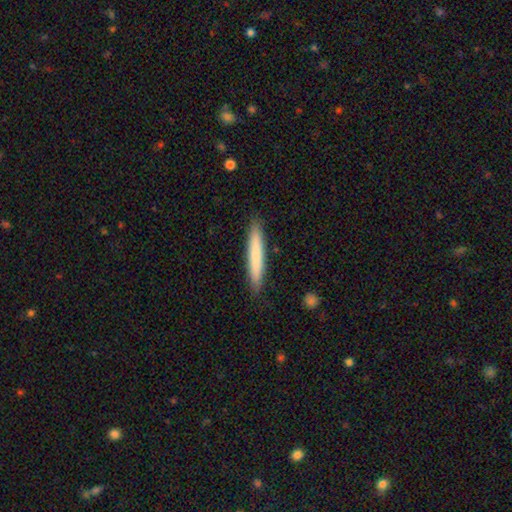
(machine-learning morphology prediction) smooth_or_featured: smooth (p=0.75) [alt: featured or disk p=0.19]
how_rounded: cigar-shaped (p=0.94) [alt: in between p=0.05]
merging: none (p=0.90) [alt: minor disturbance p=0.07]